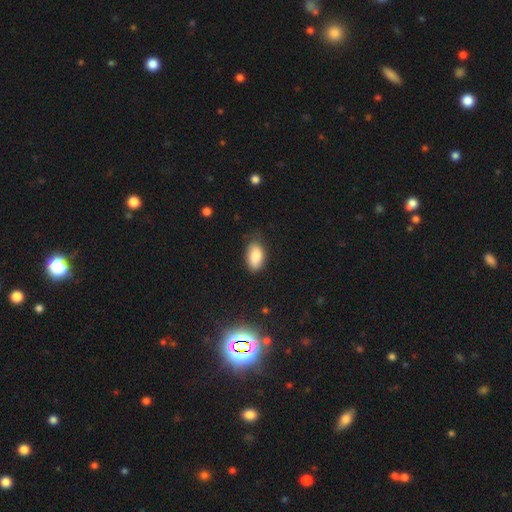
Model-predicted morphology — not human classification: A smooth galaxy with no disk features (82%) that is in between round and cigar-shaped (93%).

Vote fractions:
- Smooth or featured? smooth: 82% / featured or disk: 11% / star or artifact: 8%
- How rounded? in between: 93% / round: 5% / cigar-shaped: 2%
- Merging? none: 70% / minor disturbance: 24% / major disturbance: 5% / merger: 2%